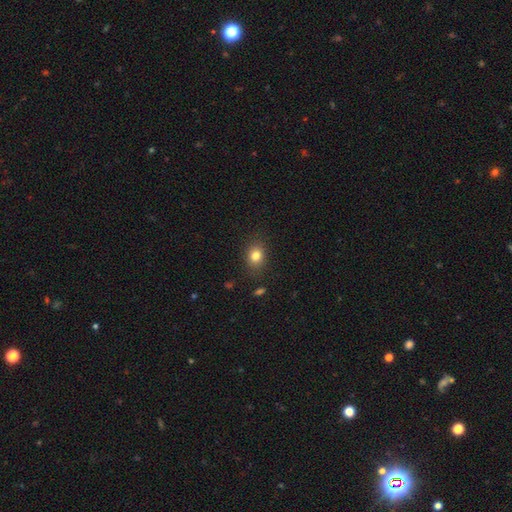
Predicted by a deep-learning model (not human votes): Overall: smooth (80%). How rounded: in between (52%; round 47%). Merging: none (85%).